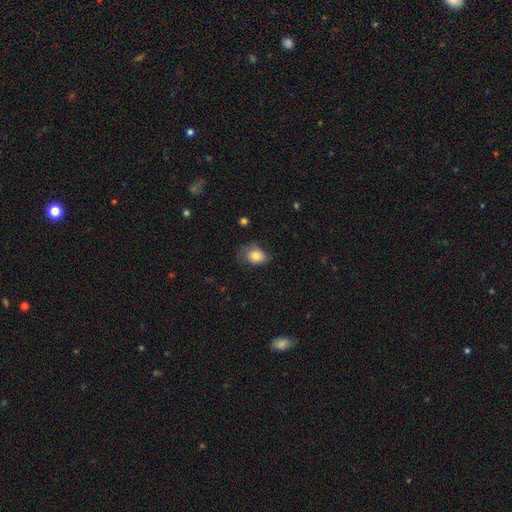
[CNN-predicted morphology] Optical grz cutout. It shows a smooth galaxy with no disk features (79%) that is in between round and cigar-shaped (63%). Merging: none (55%).